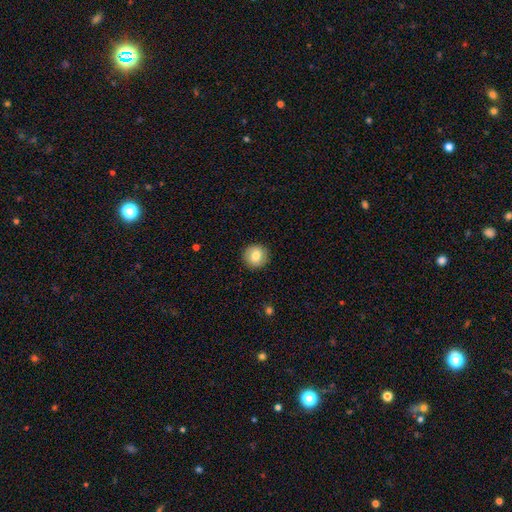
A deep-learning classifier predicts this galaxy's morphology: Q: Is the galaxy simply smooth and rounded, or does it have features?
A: smooth — 79%.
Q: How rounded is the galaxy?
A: round — 92%.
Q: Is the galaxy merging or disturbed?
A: none — 90%.